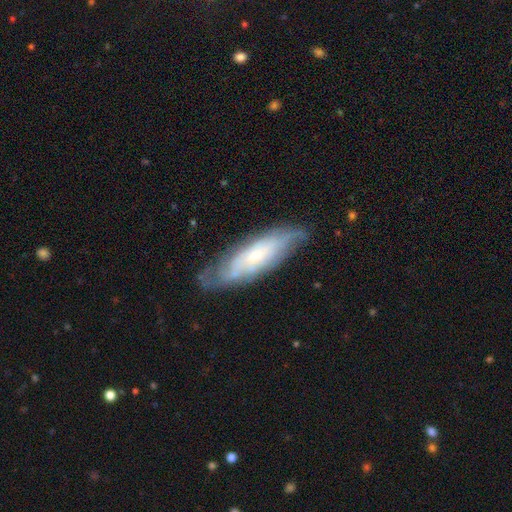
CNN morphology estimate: This appears to be a featured or disk galaxy (68%) with no bar (74%), spiral arms (81%) and a small central bulge (65%). Merging: none (70%).